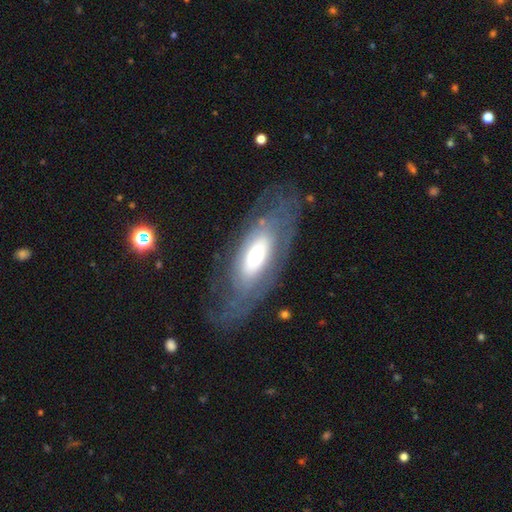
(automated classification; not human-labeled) The model was most divided on "spiral arms": yes: 58%, no: 42%. More confident: edge-on disk — no (83%); bar — no (71%); merging — none (69%); smooth or featured — featured or disk (66%); bulge size — moderate (54%).